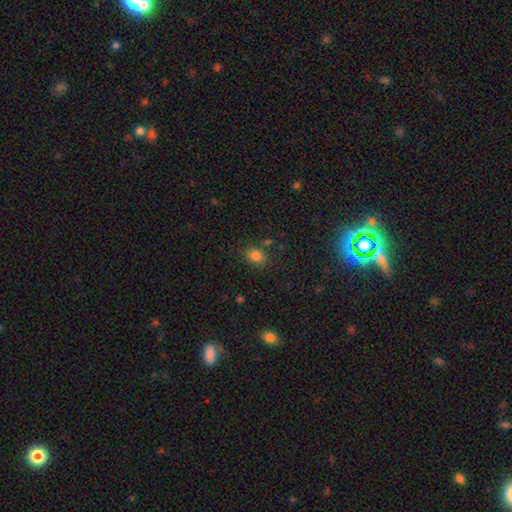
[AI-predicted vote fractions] Morphology: type=smooth (81%); roundness=in between (54%); merging=none (76%).